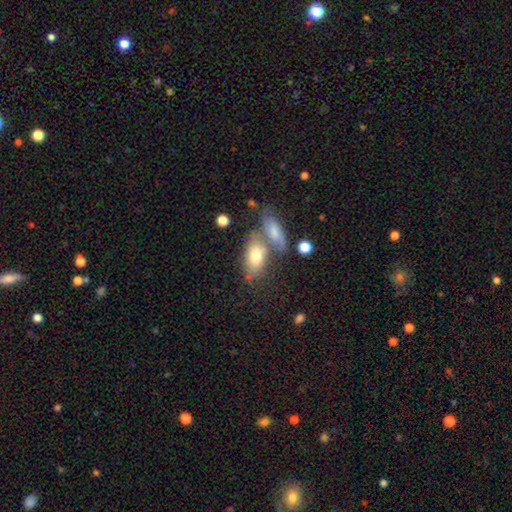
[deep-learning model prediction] A smooth galaxy with no disk features (74%) that is in between round and cigar-shaped (87%).

Vote fractions:
- Smooth or featured? smooth: 74% / featured or disk: 19% / star or artifact: 7%
- How rounded? in between: 87% / round: 7% / cigar-shaped: 6%
- Merging? none: 40% (tied) / merger: 40% (tied) / minor disturbance: 13% / major disturbance: 6%